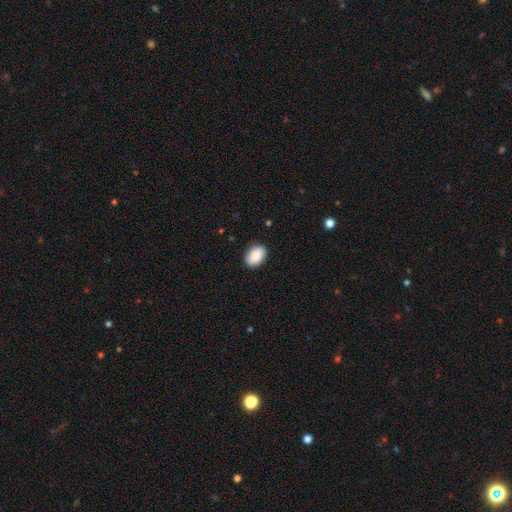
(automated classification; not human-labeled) This appears to be a smooth galaxy with no disk features (88%) that is in between round and cigar-shaped (88%). Merging: none (88%).